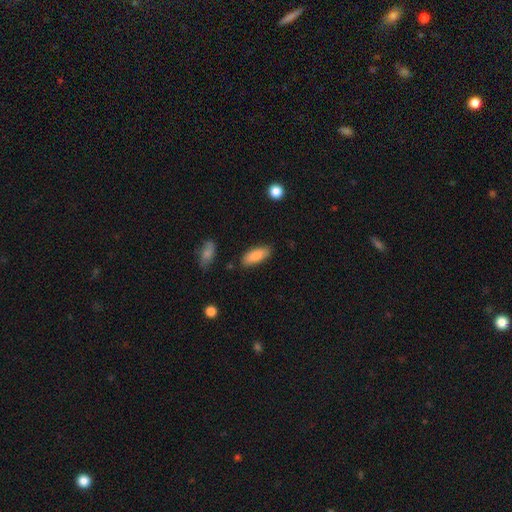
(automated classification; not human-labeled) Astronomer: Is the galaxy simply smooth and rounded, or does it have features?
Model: smooth — 86%.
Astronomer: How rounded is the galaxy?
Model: in between — 71%.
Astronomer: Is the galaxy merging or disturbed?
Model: none — 83%.